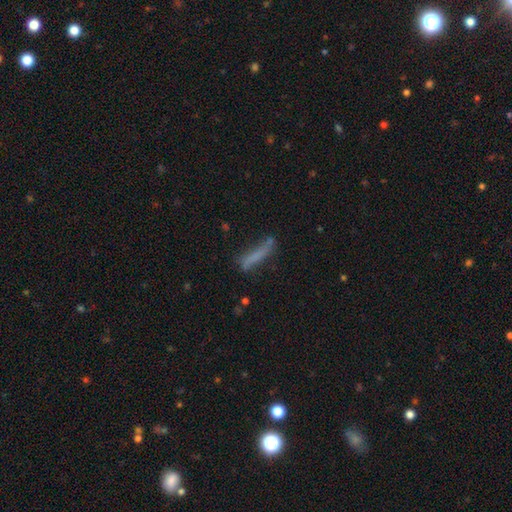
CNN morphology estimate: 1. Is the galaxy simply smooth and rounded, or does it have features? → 63% smooth, 26% featured or disk, 11% star or artifact.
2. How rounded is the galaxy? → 88% cigar-shaped, 11% in between, 2% round.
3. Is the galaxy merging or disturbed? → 58% none, 25% minor disturbance, 11% major disturbance, 6% merger.